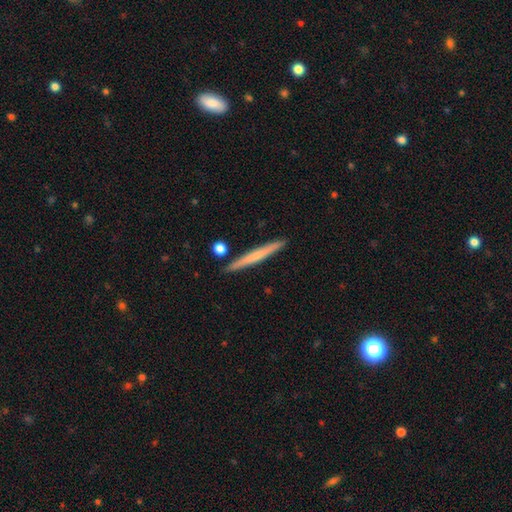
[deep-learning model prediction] This appears to be a smooth galaxy with no disk features (56%) that is cigar-shaped (97%). Merging: none (90%).